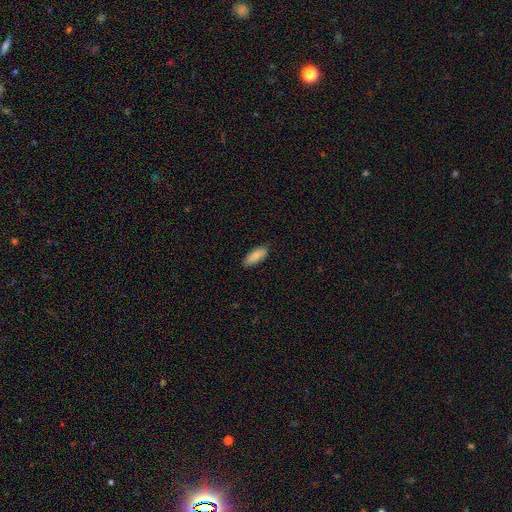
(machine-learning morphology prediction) The model was most divided on "how rounded": in between: 75%, cigar-shaped: 24%, round: 2%. More confident: smooth or featured — smooth (88%); merging — none (81%).